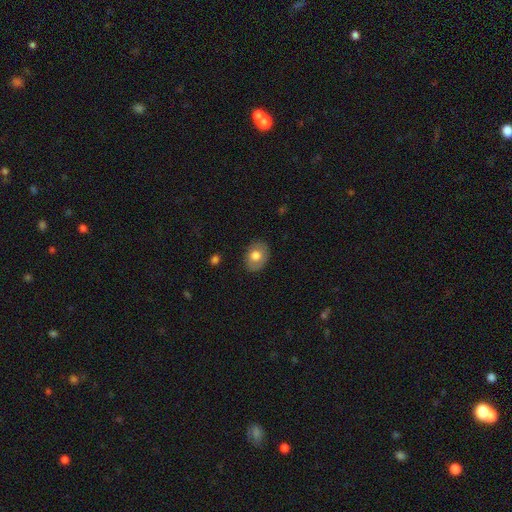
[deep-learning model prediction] smooth-or-featured: smooth: 71% | featured or disk: 22% | star or artifact: 7%
  how-rounded: in between: 67% | round: 32% | cigar-shaped: 1%
  merging: none: 83% | minor disturbance: 13% | major disturbance: 3% | merger: 1%